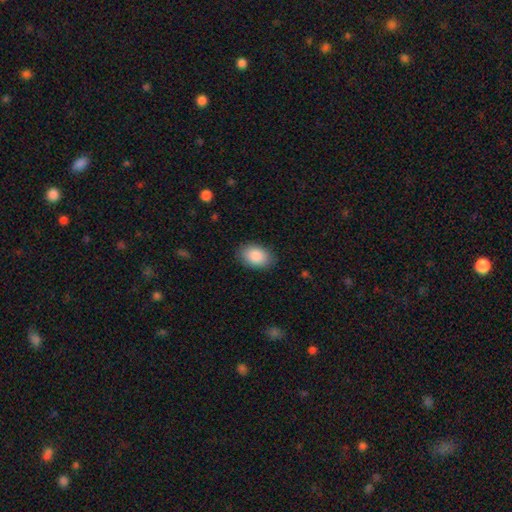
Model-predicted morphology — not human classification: A smooth galaxy with no disk features (88%) that is in between round and cigar-shaped (87%).

Vote fractions:
- Smooth or featured? smooth: 88% / star or artifact: 6% / featured or disk: 5%
- How rounded? in between: 87% / round: 12% / cigar-shaped: 1%
- Merging? none: 86% / minor disturbance: 10% / major disturbance: 3% / merger: 1%